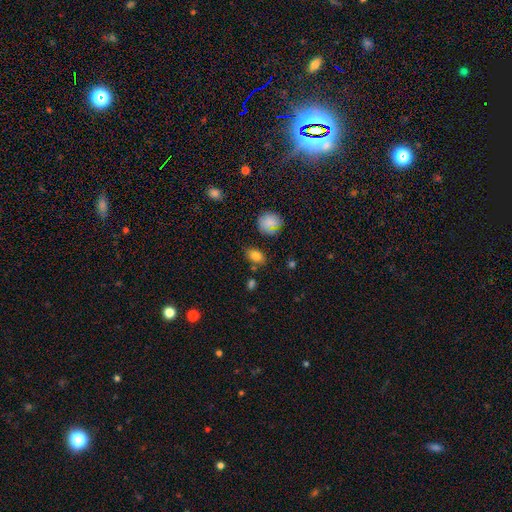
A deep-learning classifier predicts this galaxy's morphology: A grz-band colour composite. It shows a smooth galaxy with no disk features (81%) that is in between round and cigar-shaped (80%). Merging: none (75%).